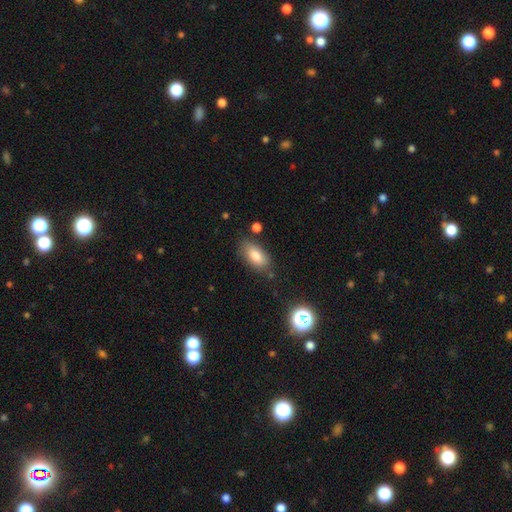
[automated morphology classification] smooth 83%, featured or disk 10%, star or artifact 8%. Down the decision tree: how rounded — in between (90%); merging — none (77%).